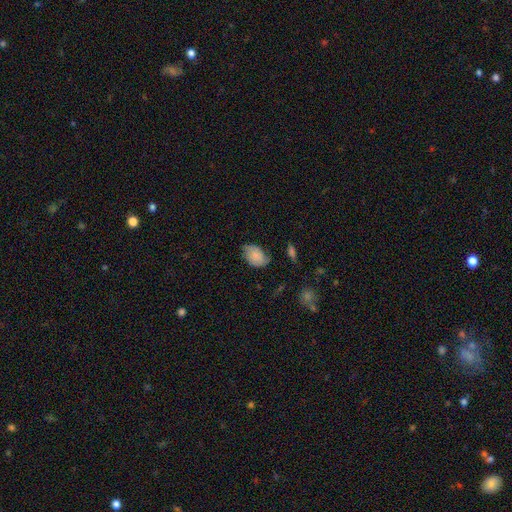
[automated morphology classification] smooth-or-featured: smooth: 65% | featured or disk: 27% | star or artifact: 8%
  how-rounded: in between: 81% | round: 18% | cigar-shaped: 1%
  merging: none: 55% | minor disturbance: 33% | major disturbance: 10% | merger: 2%